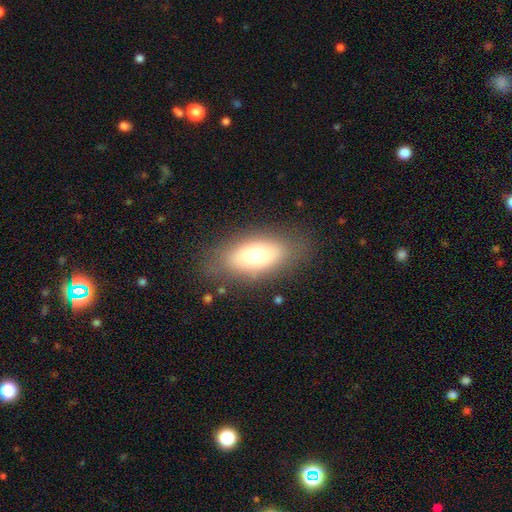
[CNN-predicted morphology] Q: Smooth or featured?
A: smooth (70%); runner-up: featured or disk (22%)
Q: How rounded?
A: in between (86%); runner-up: cigar-shaped (9%)
Q: Merging?
A: none (78%); runner-up: minor disturbance (14%)